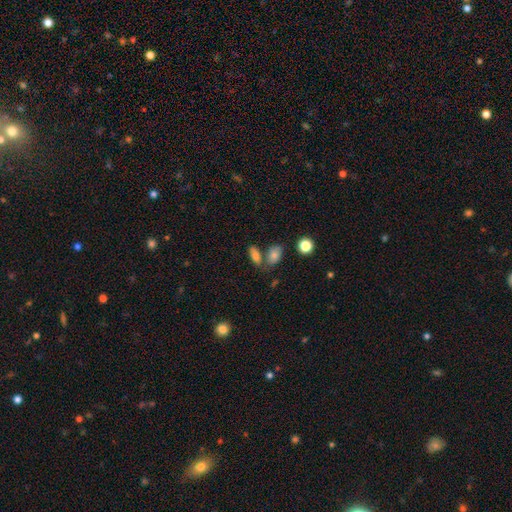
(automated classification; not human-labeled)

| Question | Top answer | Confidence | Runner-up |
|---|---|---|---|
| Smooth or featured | smooth | 77% | featured or disk (13%) |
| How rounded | in between | 84% | cigar-shaped (9%) |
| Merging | none | 56% | merger (27%) |